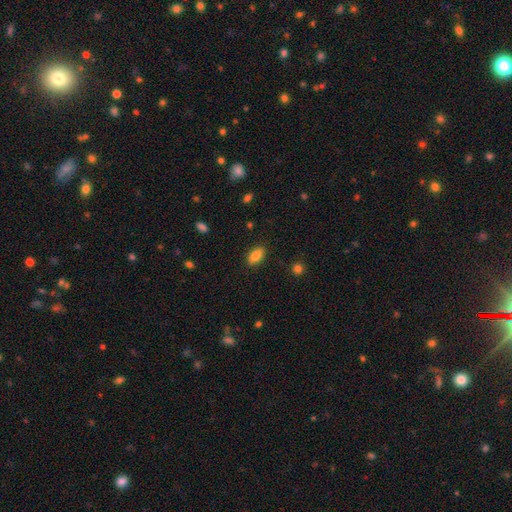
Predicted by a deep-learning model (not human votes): This appears to be a smooth galaxy with no disk features (83%) that is in between round and cigar-shaped (89%). Merging: none (88%).